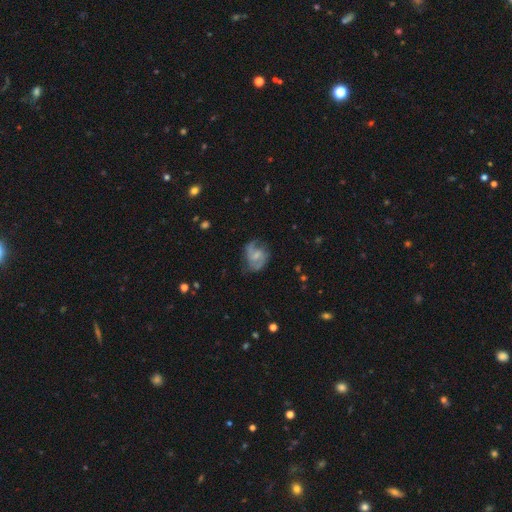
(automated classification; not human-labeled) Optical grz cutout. It shows a featured or disk galaxy (76%) with a weak bar (46%), 2 (79%) medium (51%) spiral arms (92%) and a small central bulge (53%). Merging: none (62%).